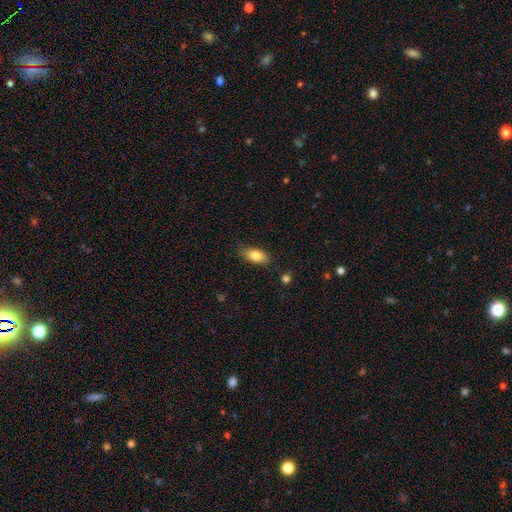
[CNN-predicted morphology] A smooth galaxy with no disk features (81%) that is in between round and cigar-shaped (87%). Merging: none (80%).